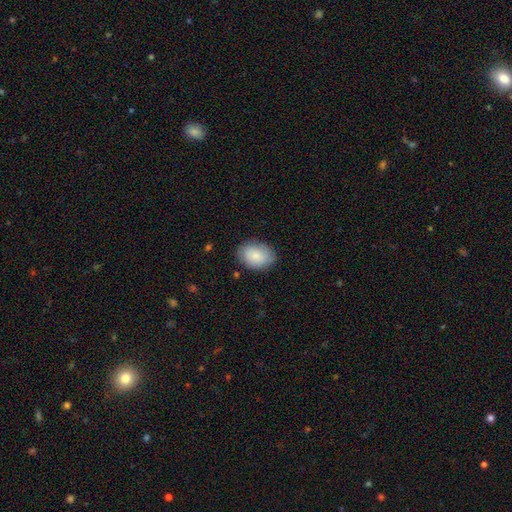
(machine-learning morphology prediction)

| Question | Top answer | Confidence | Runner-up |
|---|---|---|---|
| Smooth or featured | smooth | 85% | featured or disk (9%) |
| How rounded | in between | 79% | round (20%) |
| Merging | none | 83% | minor disturbance (13%) |